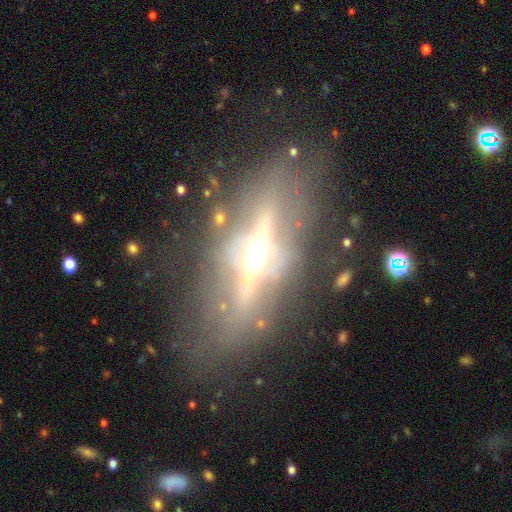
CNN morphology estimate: Overall: featured or disk (76%). Edge-on disk: yes (85%). Edge-on bulge: rounded (92%). Merging: none (69%).